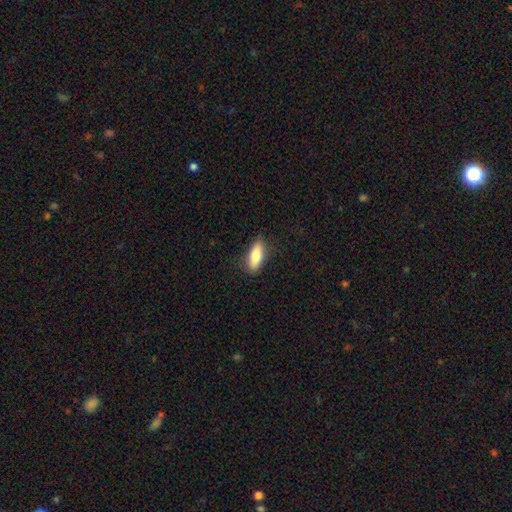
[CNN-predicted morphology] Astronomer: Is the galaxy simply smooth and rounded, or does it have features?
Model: smooth — 78%.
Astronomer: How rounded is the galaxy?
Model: in between — 68%.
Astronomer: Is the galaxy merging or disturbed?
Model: none — 85%.